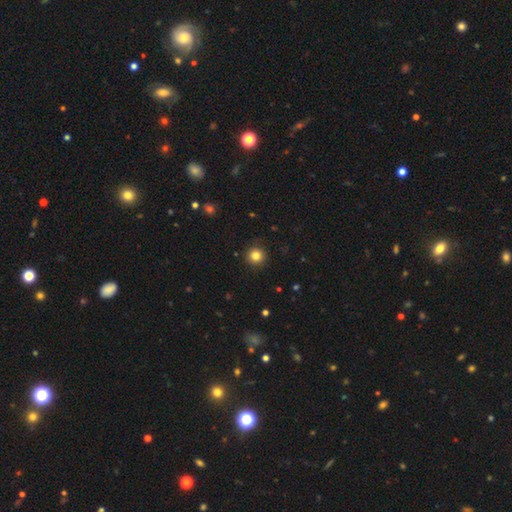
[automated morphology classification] This is clearly a smooth galaxy (83%). How rounded: clearly round (95%). Merging: clearly none (91%).